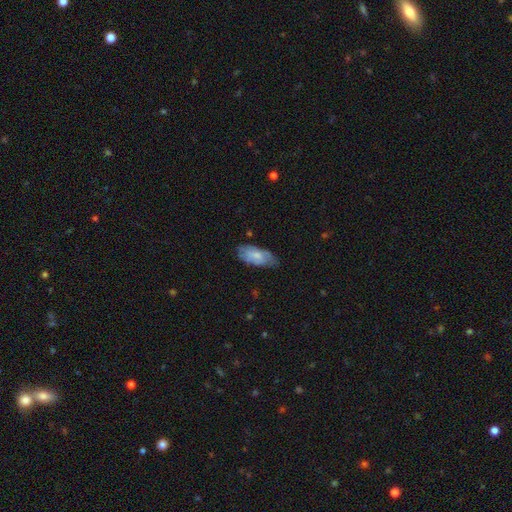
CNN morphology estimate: This appears to be a smooth galaxy with no disk features (61%) that is in between round and cigar-shaped (90%). Merging: none (62%).